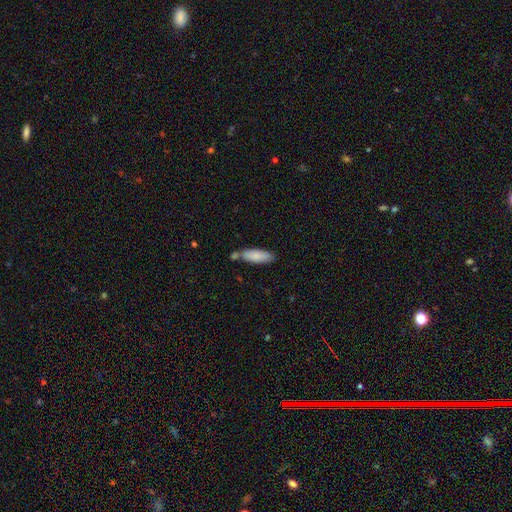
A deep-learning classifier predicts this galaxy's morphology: The model was most divided on "how rounded": in between: 54%, cigar-shaped: 45%, round: 2%. More confident: smooth or featured — smooth (82%); merging — none (62%).